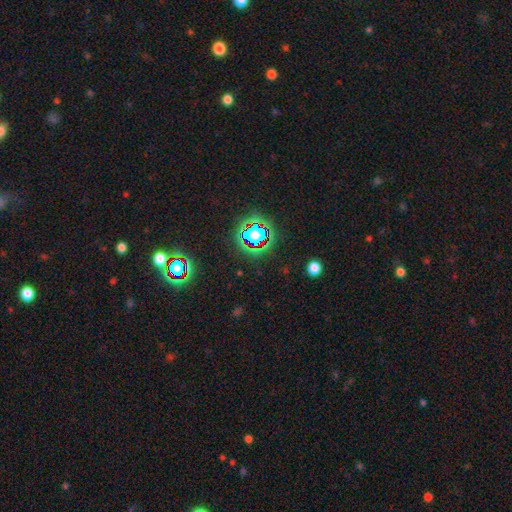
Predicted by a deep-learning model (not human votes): A star or artifact, not a galaxy (79%).

Vote fractions:
- Smooth or featured? star or artifact: 79% / smooth: 13% / featured or disk: 8%